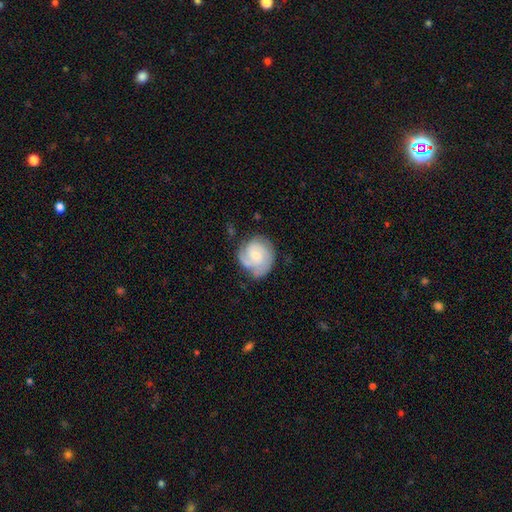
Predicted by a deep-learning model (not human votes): Morphology: type=featured or disk (74%); edge-on=no (98%); bar=no (70%); spiral arms=yes (94%); winding=tight (58%); arm count=3 (33%); bulge=small (61%); merging=none (67%).